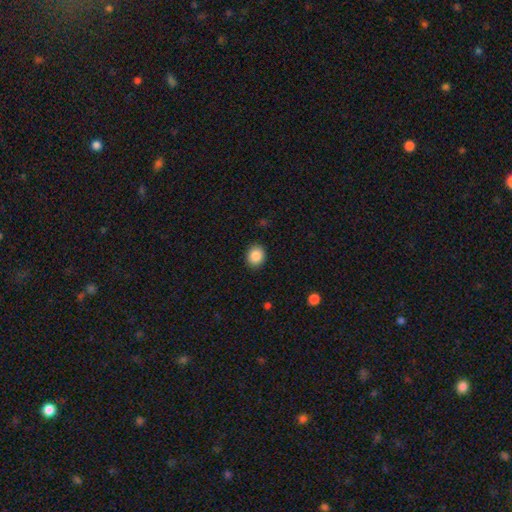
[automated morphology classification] This is clearly a smooth galaxy (87%). How rounded: likely round (68%). Merging: clearly none (90%).